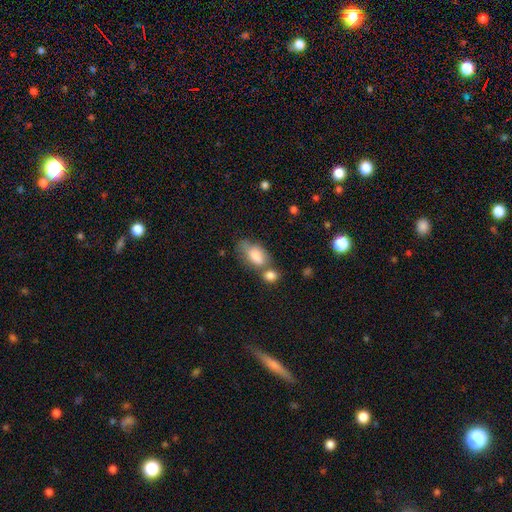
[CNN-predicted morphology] Overall: smooth (79%). How rounded: in between (89%). Merging: merger (41%; none 30%).